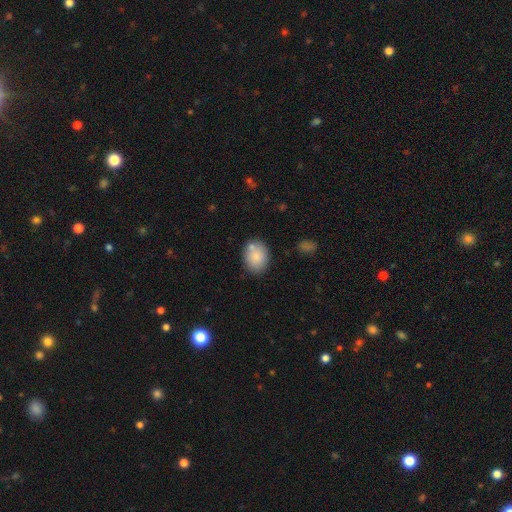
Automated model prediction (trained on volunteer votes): smooth_or_featured: smooth (p=0.83) [alt: featured or disk p=0.10]
how_rounded: in between (p=0.65) [alt: round p=0.34]
merging: none (p=0.72) [alt: minor disturbance p=0.15]